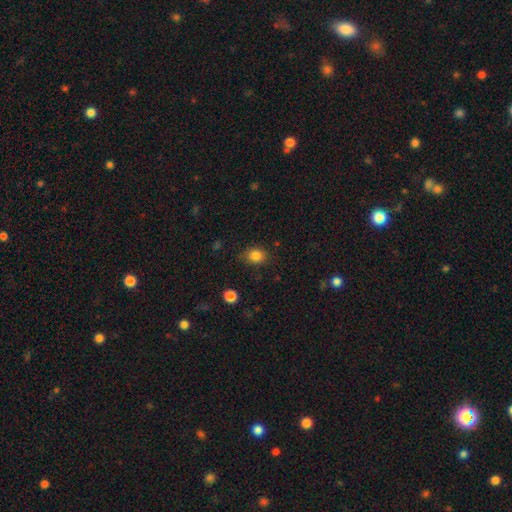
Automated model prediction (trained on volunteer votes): This is clearly a smooth galaxy (83%). How rounded: likely round (60%). Merging: likely none (79%).